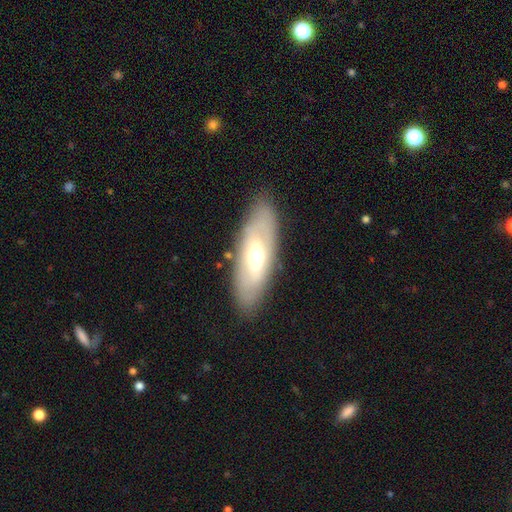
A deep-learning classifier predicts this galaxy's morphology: The model was most divided on "smooth or featured": featured or disk: 54%, smooth: 40%, star or artifact: 7%. More confident: merging — none (85%); edge-on disk — no (73%).